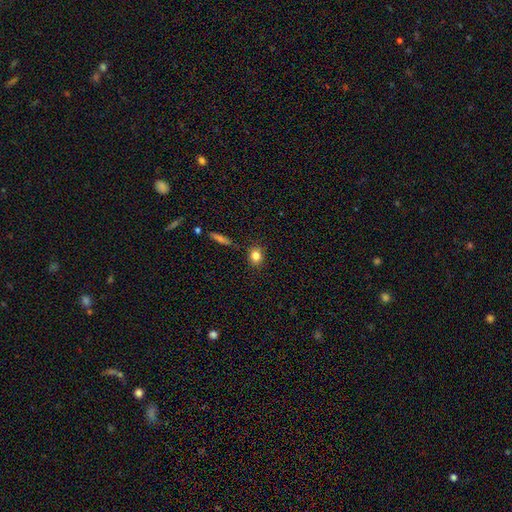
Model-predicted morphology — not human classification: This appears to be a smooth galaxy with no disk features (82%) that is round (67%). Merging: none (86%).